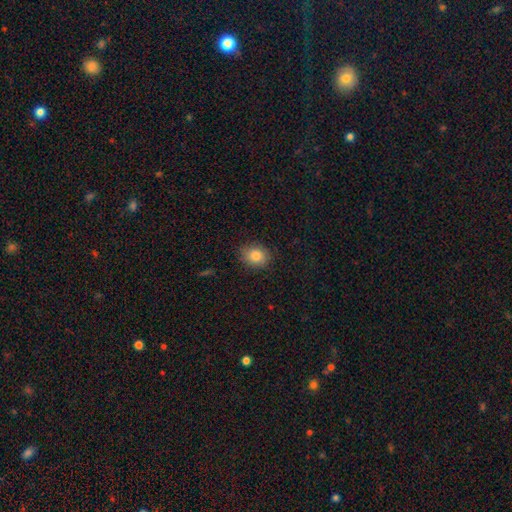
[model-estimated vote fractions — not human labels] Smooth or featured? smooth (84%)
How rounded? round (53%)
Merging? none (85%)